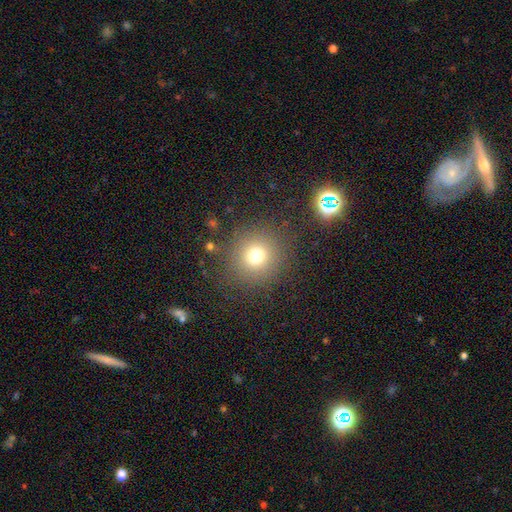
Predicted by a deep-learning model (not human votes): Morphology: type=smooth (73%); roundness=round (92%); merging=none (85%).